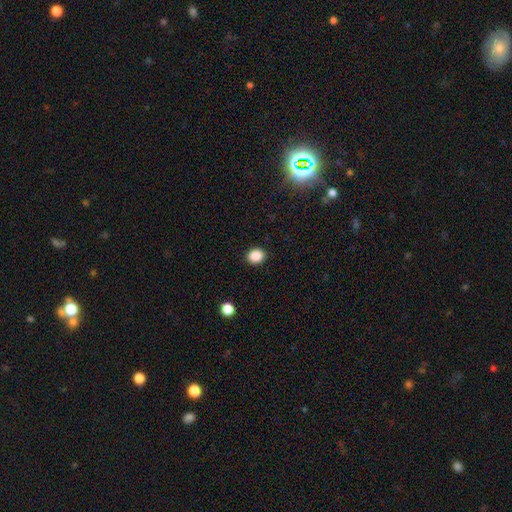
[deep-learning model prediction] This appears to be a smooth galaxy with no disk features (88%) that is round (67%). Merging: none (90%).